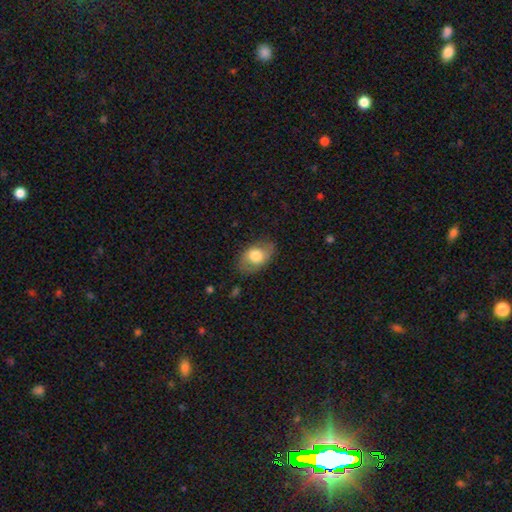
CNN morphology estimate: type=smooth (74%); roundness=in between (86%); merging=none (73%).